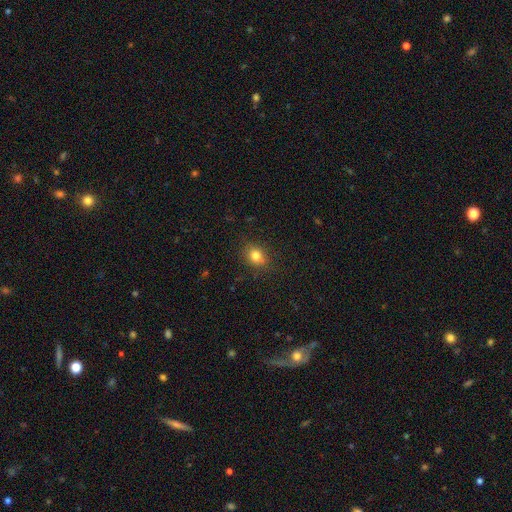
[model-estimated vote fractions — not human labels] Overall: smooth (81%). How rounded: round (53%; in between 45%). Merging: none (83%).